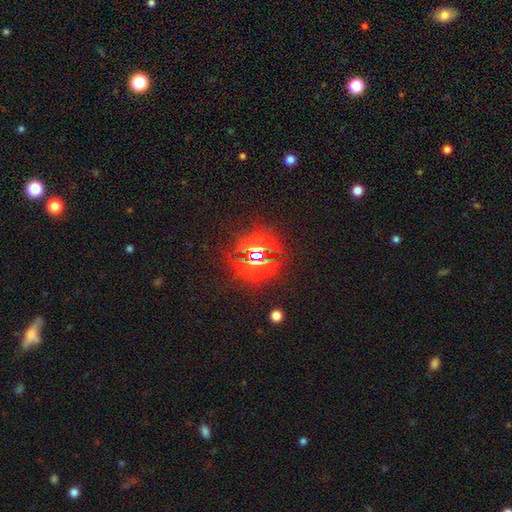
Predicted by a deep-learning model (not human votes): Smooth or featured? Predicted: star or artifact (p=0.78).